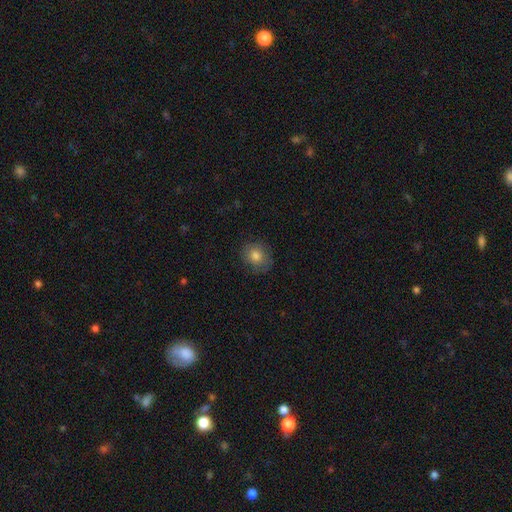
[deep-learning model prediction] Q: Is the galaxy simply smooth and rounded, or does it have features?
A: smooth — 80%.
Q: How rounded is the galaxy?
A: round — 70%.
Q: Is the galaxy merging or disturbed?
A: none — 81%.